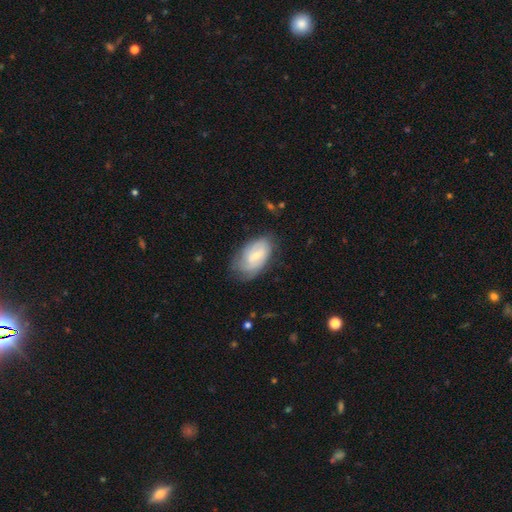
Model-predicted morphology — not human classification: Smooth or featured? featured or disk (50%)
Merging? none (63%)